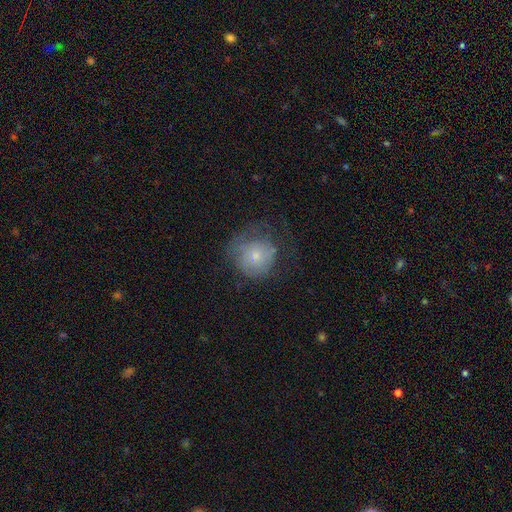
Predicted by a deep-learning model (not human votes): Q: Smooth or featured?
A: smooth (58%); runner-up: featured or disk (33%)
Q: How rounded?
A: round (85%); runner-up: in between (14%)
Q: Merging?
A: none (45%); runner-up: major disturbance (27%)